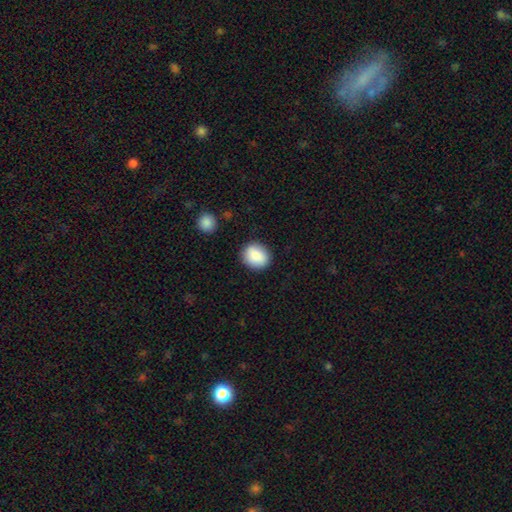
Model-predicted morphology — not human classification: Smooth or featured: smooth — 87% (star or artifact — 7%)
How rounded: round — 73% (in between — 26%)
Merging: none — 87% (minor disturbance — 9%)